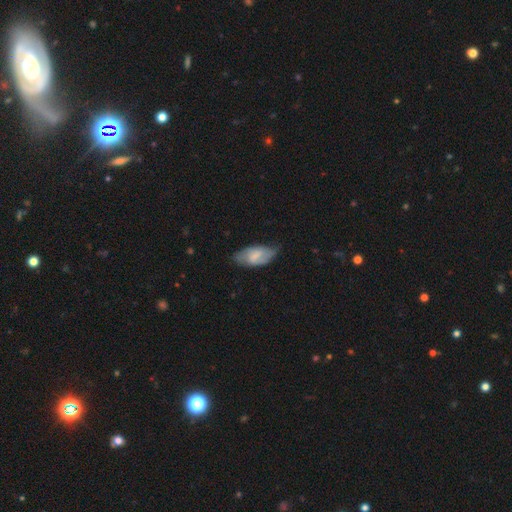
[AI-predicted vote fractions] smooth 55%, featured or disk 38%, star or artifact 7%. Down the decision tree: how rounded — in between (91%); merging — none (60%).